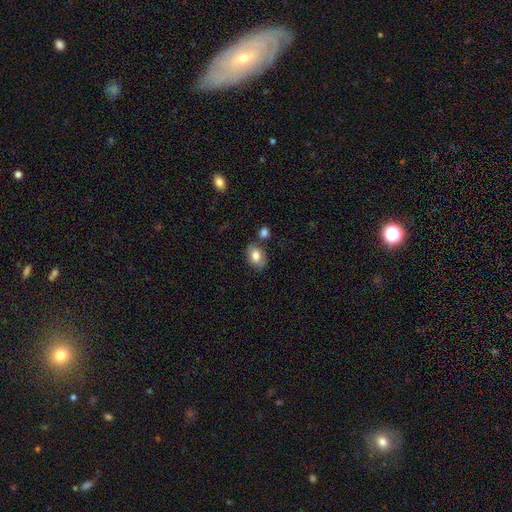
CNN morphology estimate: Q: Smooth or featured?
A: smooth (77%); runner-up: featured or disk (16%)
Q: How rounded?
A: in between (78%); runner-up: round (20%)
Q: Merging?
A: none (69%); runner-up: minor disturbance (17%)